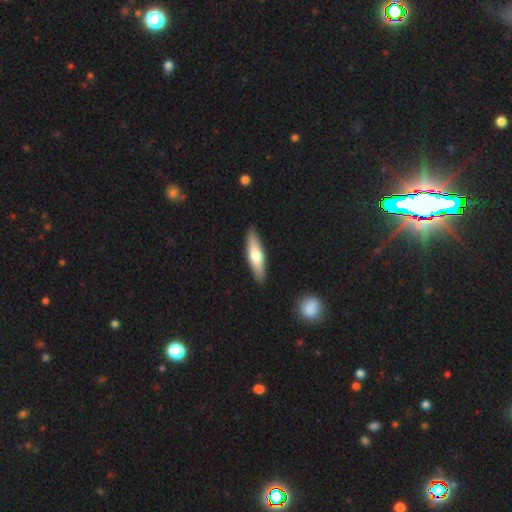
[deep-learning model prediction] smooth-or-featured: smooth: 60% | featured or disk: 35% | star or artifact: 5%
  how-rounded: cigar-shaped: 70% | in between: 28% | round: 2%
  merging: none: 89% | minor disturbance: 8% | major disturbance: 2% | merger: 1%